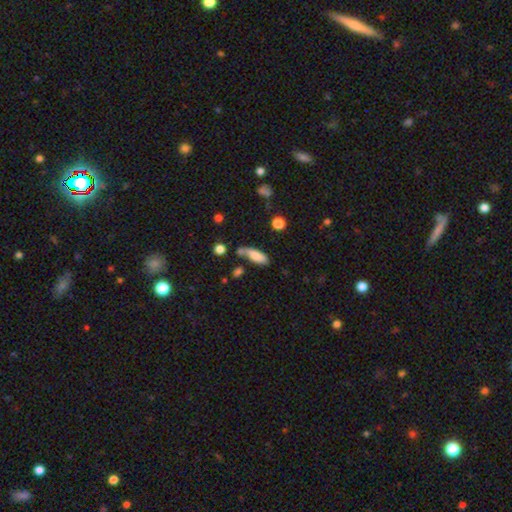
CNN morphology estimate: This is likely a smooth galaxy (77%). How rounded: likely in between (66%). Merging: possibly none (51%).